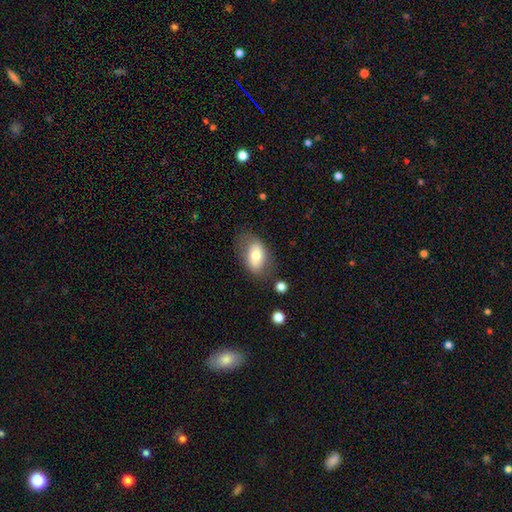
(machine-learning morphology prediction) smooth-or-featured: smooth: 66% | featured or disk: 27% | star or artifact: 7%
  how-rounded: in between: 88% | round: 10% | cigar-shaped: 2%
  merging: none: 68% | minor disturbance: 21% | major disturbance: 8% | merger: 3%